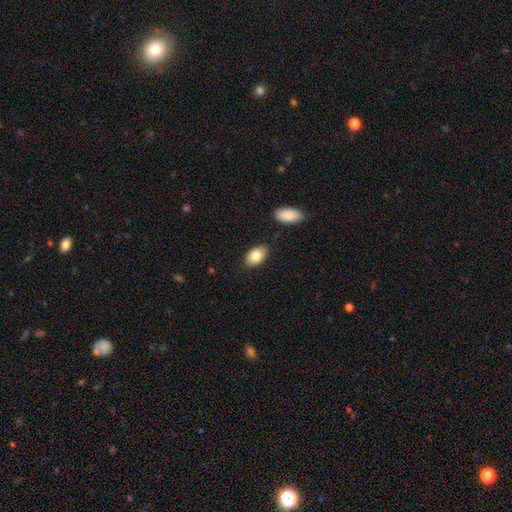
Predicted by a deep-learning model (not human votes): Q: Smooth or featured?
A: smooth (83%); runner-up: featured or disk (10%)
Q: How rounded?
A: in between (92%); runner-up: round (7%)
Q: Merging?
A: none (83%); runner-up: minor disturbance (12%)